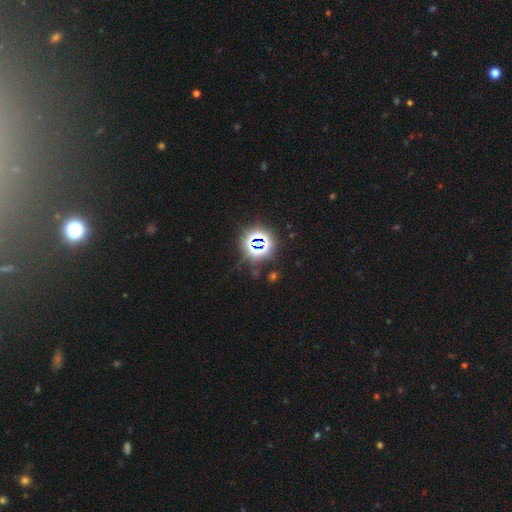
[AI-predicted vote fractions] A star or artifact, not a galaxy (78%).